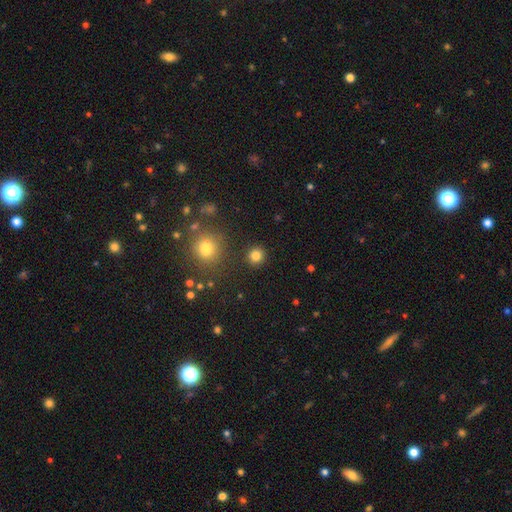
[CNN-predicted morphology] This appears to be a smooth galaxy with no disk features (82%) that is round (91%). Merging: none (89%).